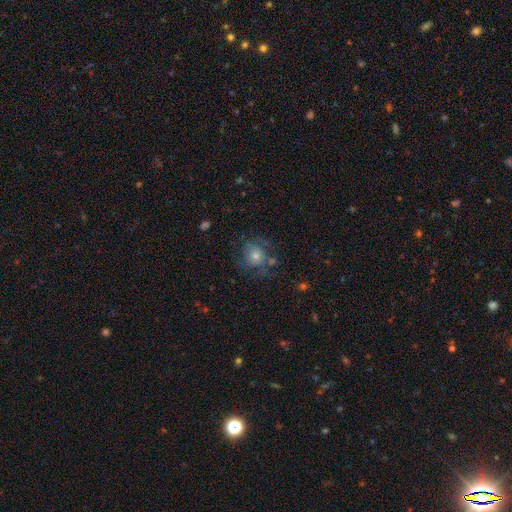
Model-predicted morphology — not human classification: Smooth or featured? Predicted: smooth (p=0.50). Merging? Predicted: none (p=0.64).